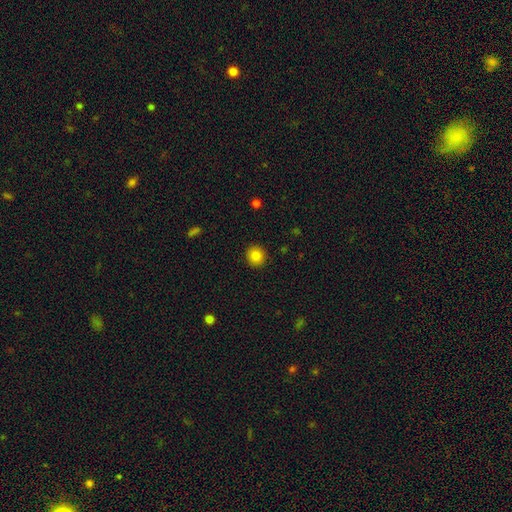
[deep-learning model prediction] This appears to be a smooth galaxy with no disk features (83%) that is round (89%). Merging: none (92%).